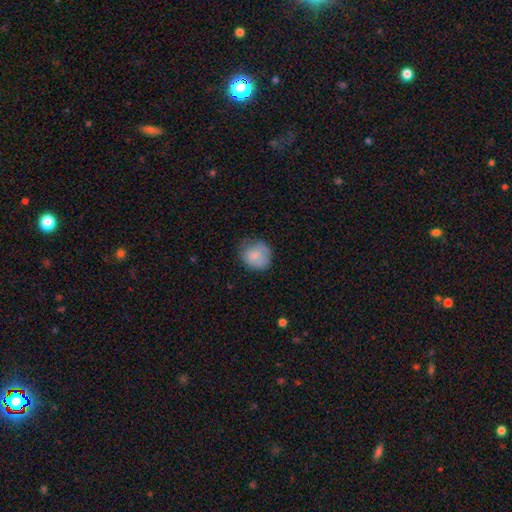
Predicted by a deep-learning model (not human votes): Smooth or featured: smooth — 81% (featured or disk — 12%)
How rounded: round — 77% (in between — 22%)
Merging: none — 63% (minor disturbance — 27%)